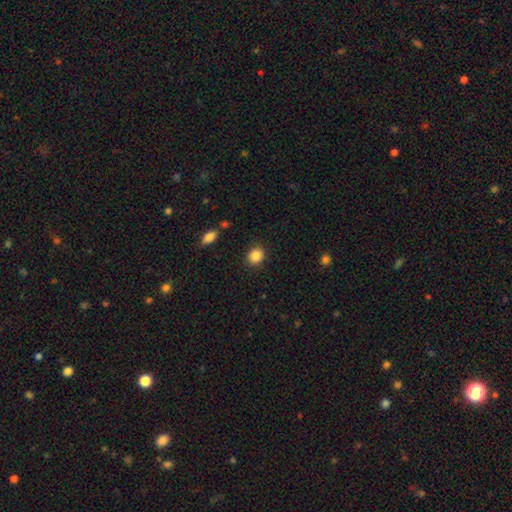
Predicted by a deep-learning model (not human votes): Smooth or featured: smooth — 87% (star or artifact — 9%)
How rounded: round — 64% (in between — 35%)
Merging: none — 88% (minor disturbance — 8%)